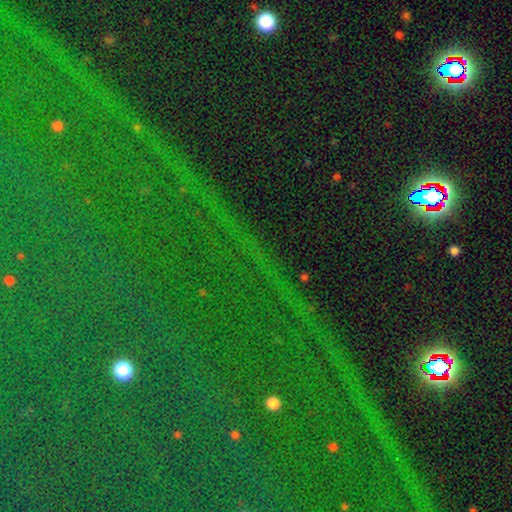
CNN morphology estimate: A star or artifact, not a galaxy (85%).